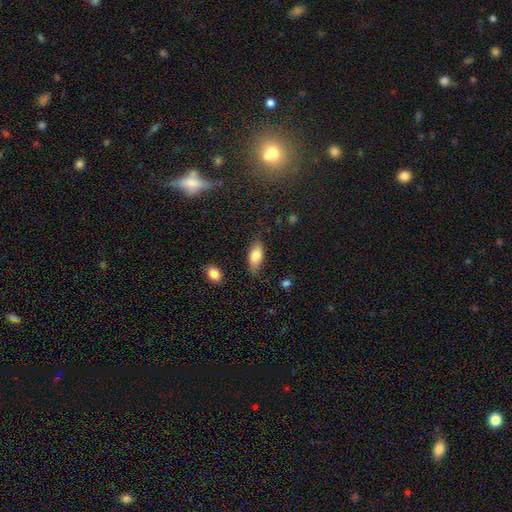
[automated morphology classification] Smooth or featured? smooth (80%)
How rounded? in between (84%)
Merging? none (73%)